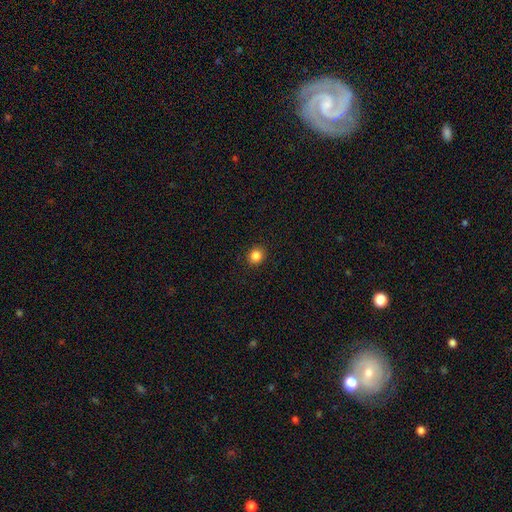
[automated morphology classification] Smooth or featured? Predicted: smooth (p=0.85). How rounded? Predicted: round (p=0.82). Merging? Predicted: none (p=0.92).